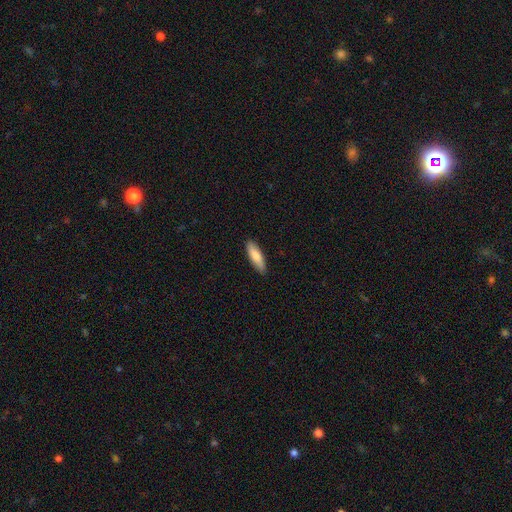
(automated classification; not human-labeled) smooth 85%, featured or disk 10%, star or artifact 5%. Down the decision tree: how rounded — cigar-shaped (52%); merging — none (88%).